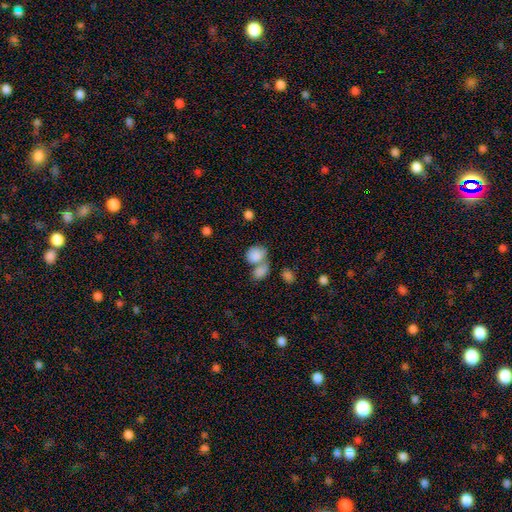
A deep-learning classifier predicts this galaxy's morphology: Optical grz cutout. It shows a smooth galaxy with no disk features (84%) that is round (55%). Merging: merger (54%).